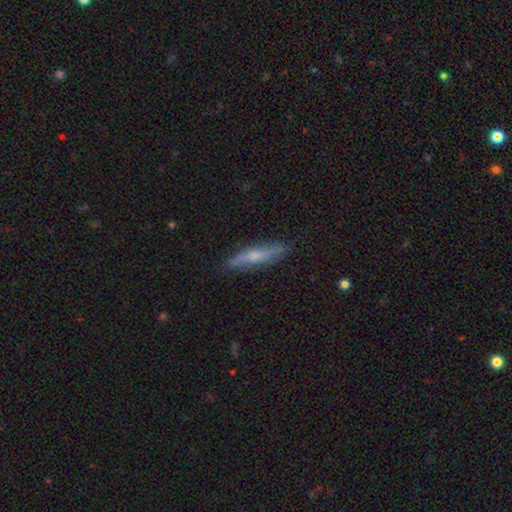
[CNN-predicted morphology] Smooth or featured: featured or disk — 55% (smooth — 38%)
Edge-on disk: yes — 82% (no — 18%)
Merging: none — 82% (minor disturbance — 14%)